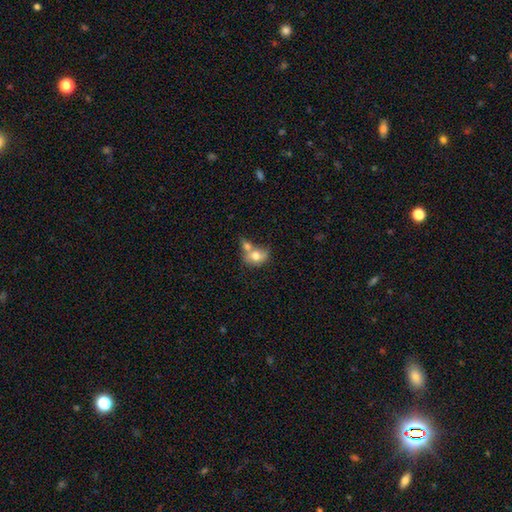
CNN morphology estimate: The model was most divided on "how rounded": in between: 57%, round: 41%, cigar-shaped: 2%. More confident: smooth or featured — smooth (71%); merging — merger (58%).